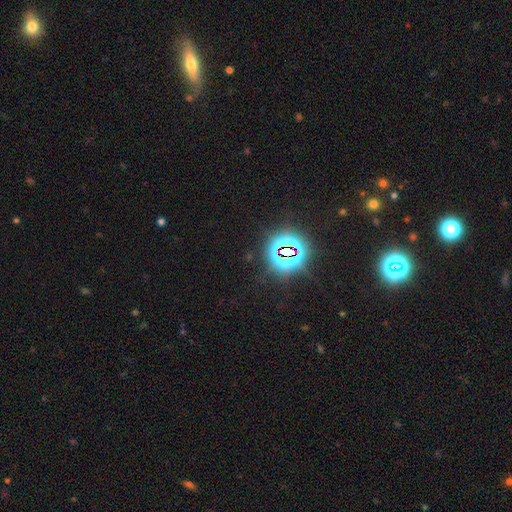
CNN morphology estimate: Q: Smooth or featured?
A: star or artifact (80%); runner-up: smooth (12%)